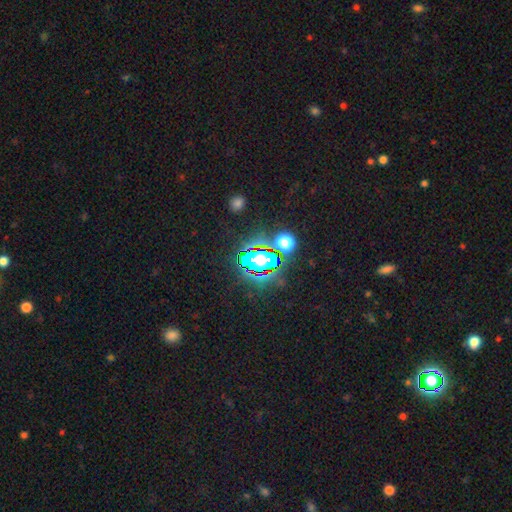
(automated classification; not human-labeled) This appears to be a star or artifact, not a galaxy (81%).